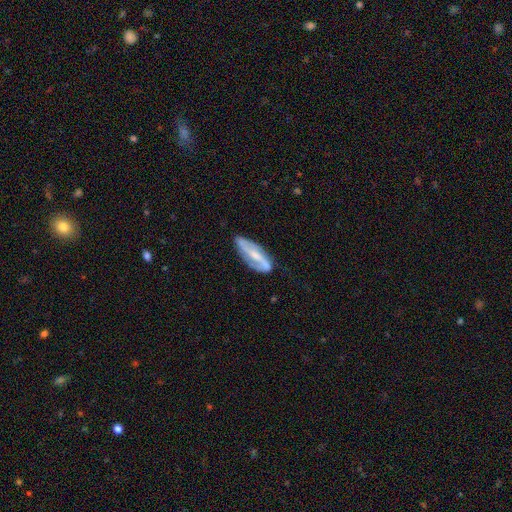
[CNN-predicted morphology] Overall: featured or disk (68%). Edge-on disk: no (83%). Bar: strong (35%, tied with weak). Spiral arms: yes (84%). Bulge size: small (44%; moderate 32%). Merging: none (67%).